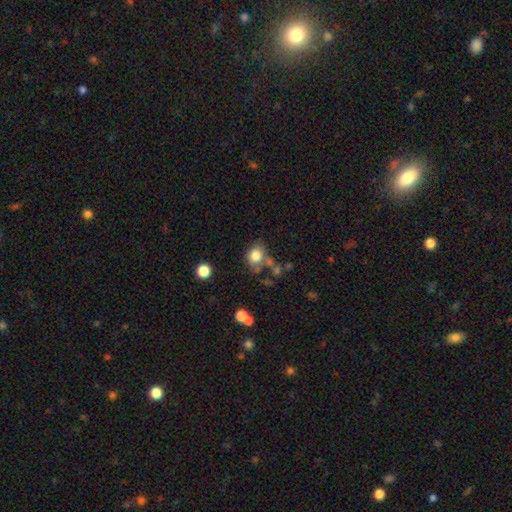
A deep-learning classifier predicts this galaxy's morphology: Smooth or featured: smooth — 79% (star or artifact — 11%)
How rounded: round — 63% (in between — 36%)
Merging: none — 50% (minor disturbance — 20%)